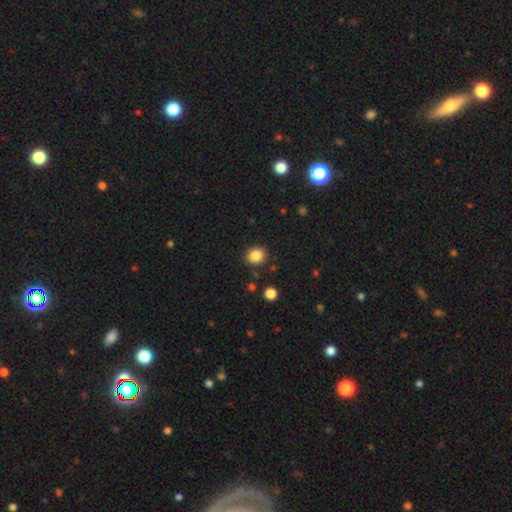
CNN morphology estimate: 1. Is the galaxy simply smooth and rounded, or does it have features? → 85% smooth, 10% star or artifact, 5% featured or disk.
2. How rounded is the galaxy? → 67% round, 32% in between, 1% cigar-shaped.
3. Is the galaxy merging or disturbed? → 87% none, 8% minor disturbance, 2% major disturbance, 2% merger.